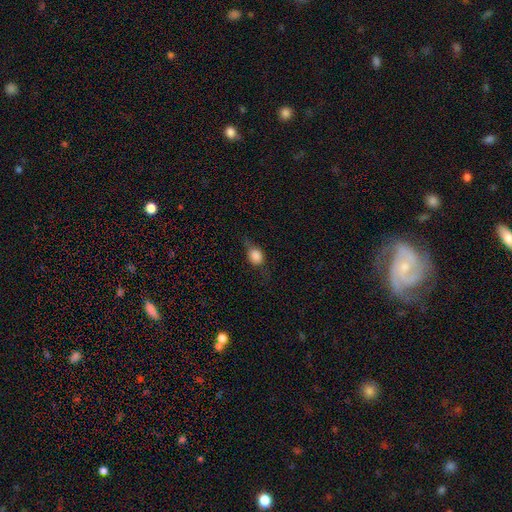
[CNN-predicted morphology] A smooth galaxy with no disk features (74%) that is in between round and cigar-shaped (49%). Merging: none (53%).